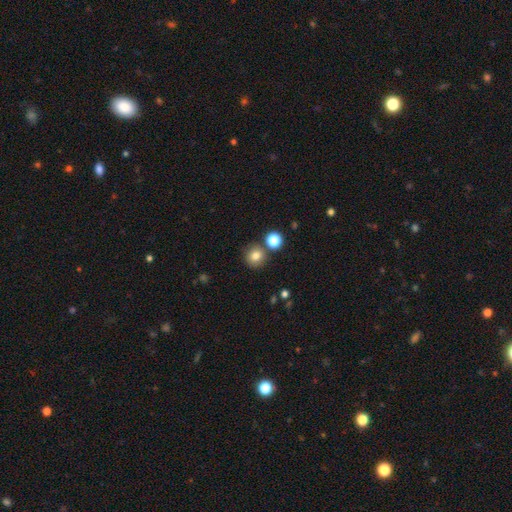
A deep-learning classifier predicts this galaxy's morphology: Smooth or featured? smooth (80%)
How rounded? round (91%)
Merging? none (77%)